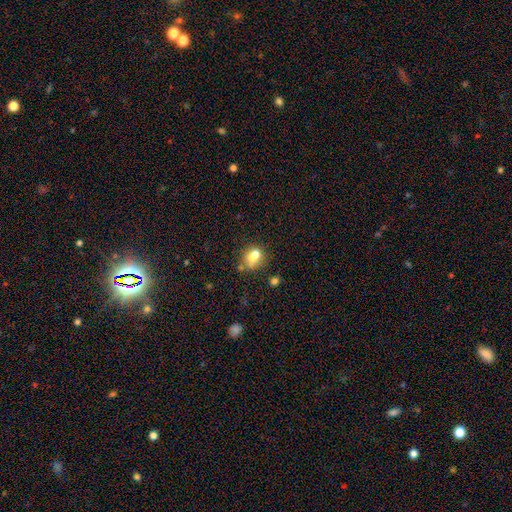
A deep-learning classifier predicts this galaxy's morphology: smooth_or_featured: smooth (p=0.69) [alt: featured or disk p=0.18]
how_rounded: round (p=0.51) [alt: in between p=0.47]
merging: none (p=0.41) [alt: merger p=0.35]